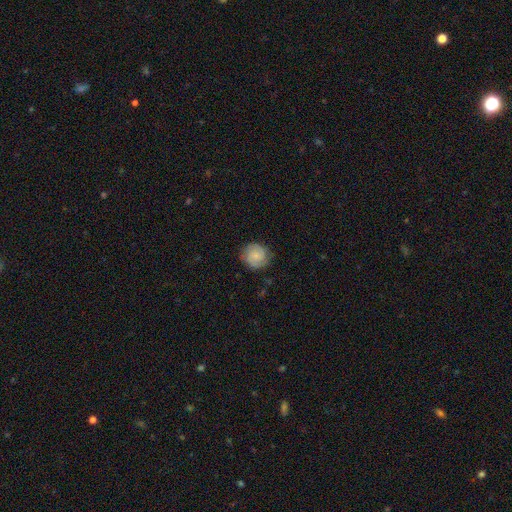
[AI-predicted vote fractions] The model was most divided on "smooth or featured": smooth: 56%, featured or disk: 37%, star or artifact: 8%. More confident: how rounded — round (87%); merging — none (82%).